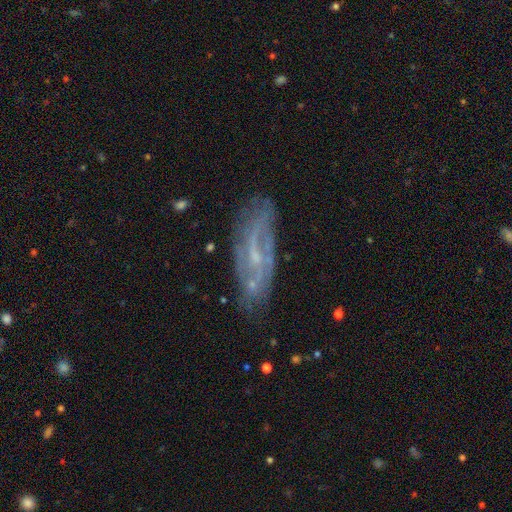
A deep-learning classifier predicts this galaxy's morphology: featured or disk 74%, smooth 17%, star or artifact 9%. Down the decision tree: edge-on disk — no (83%); bar — weak (48%); spiral arms — yes (73%); bulge size — small (60%); merging — none (67%).